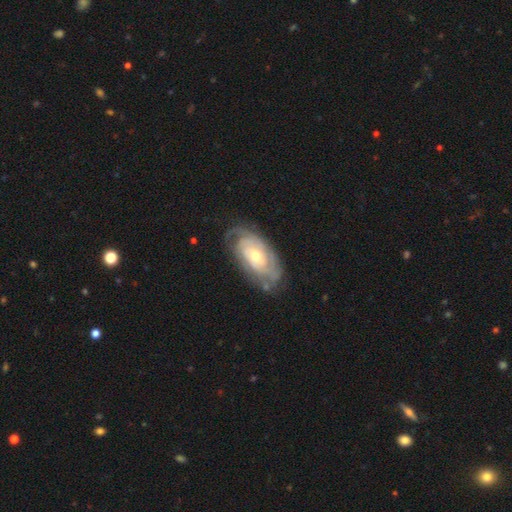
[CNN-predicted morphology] This appears to be a featured or disk galaxy (83%) with no bar (70%), tight (74%) spiral arms (92%) and a moderate central bulge (61%). Merging: none (71%).